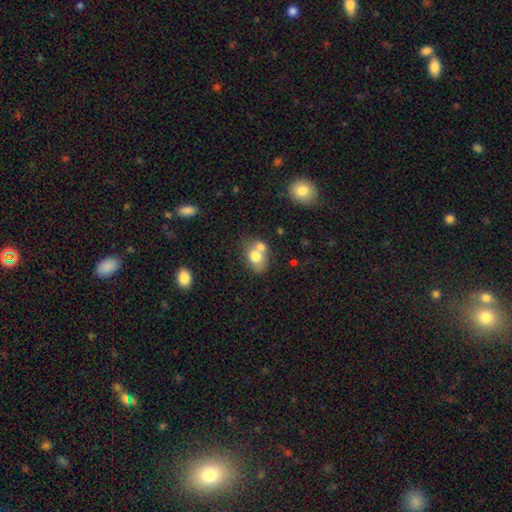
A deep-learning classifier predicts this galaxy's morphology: type=smooth (72%); roundness=in between (67%); merging=merger (50%).